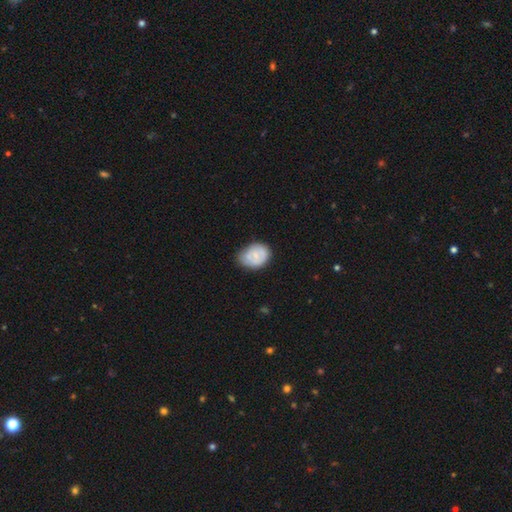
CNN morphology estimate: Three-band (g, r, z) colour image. It shows a smooth galaxy with no disk features (60%) that is in between round and cigar-shaped (64%). Merging: none (58%).